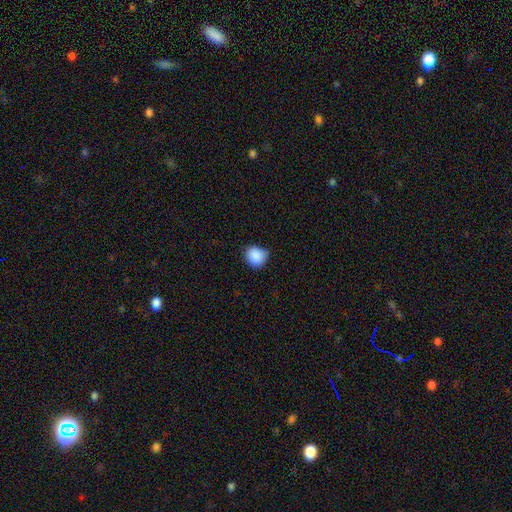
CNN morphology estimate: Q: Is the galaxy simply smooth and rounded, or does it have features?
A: smooth — 88%.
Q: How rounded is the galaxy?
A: round — 80%.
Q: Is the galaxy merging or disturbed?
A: none — 76%.